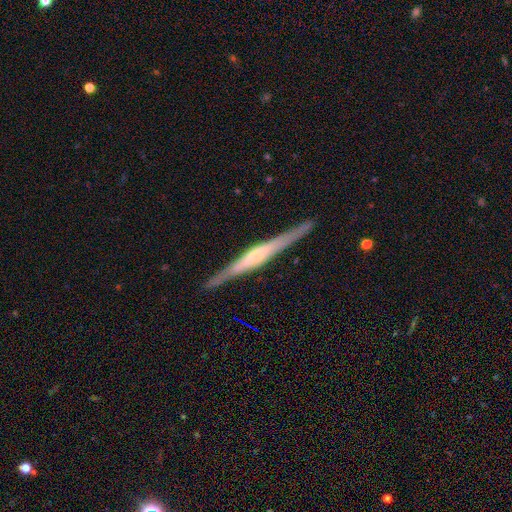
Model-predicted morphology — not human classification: Overall: featured or disk (74%). Edge-on disk: yes (98%). Edge-on bulge: rounded (50%; boxy 27%). Merging: none (90%).